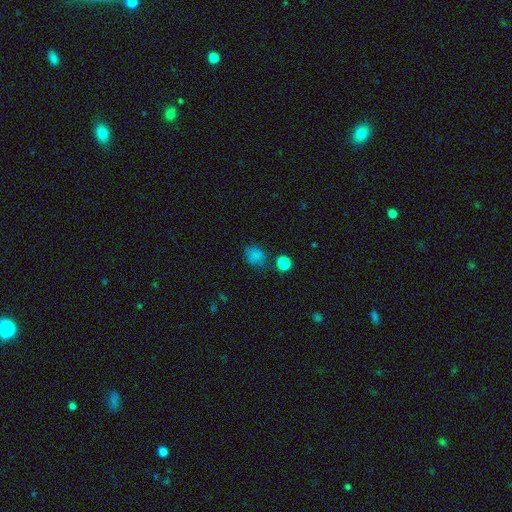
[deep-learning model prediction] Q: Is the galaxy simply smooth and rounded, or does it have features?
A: smooth — 79%.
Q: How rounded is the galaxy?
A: round — 55%.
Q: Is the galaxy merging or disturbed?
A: none — 64%.